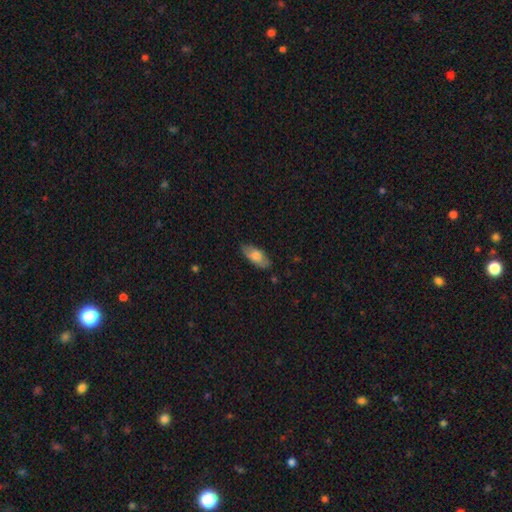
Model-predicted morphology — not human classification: A smooth galaxy with no disk features (73%) that is in between round and cigar-shaped (83%).

Vote fractions:
- Smooth or featured? smooth: 73% / featured or disk: 21% / star or artifact: 6%
- How rounded? in between: 83% / cigar-shaped: 14% / round: 2%
- Merging? none: 80% / minor disturbance: 16% / major disturbance: 3% / merger: 1%